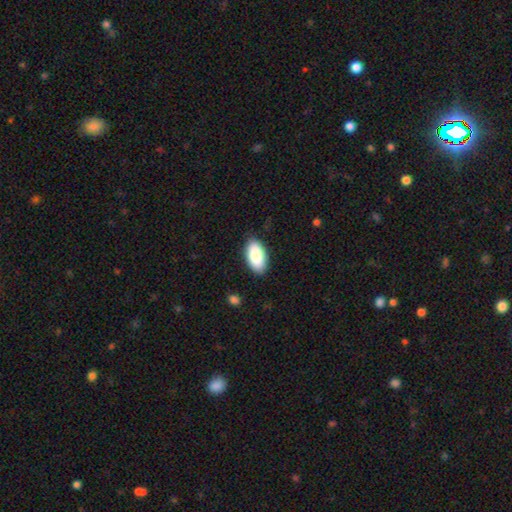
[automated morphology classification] This appears to be a smooth galaxy with no disk features (86%) that is in between round and cigar-shaped (95%). Merging: none (87%).